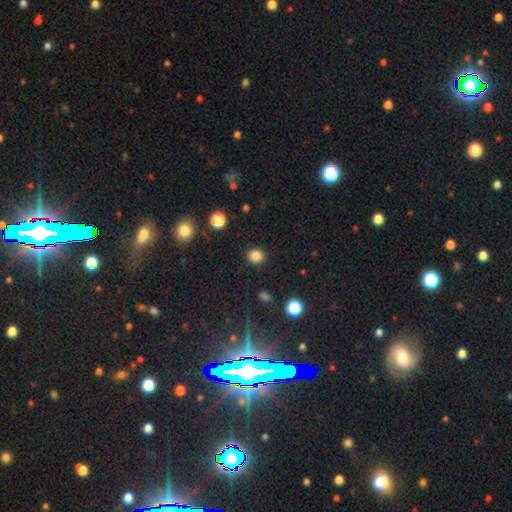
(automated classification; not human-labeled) Smooth or featured? smooth (84%)
How rounded? round (74%)
Merging? none (89%)